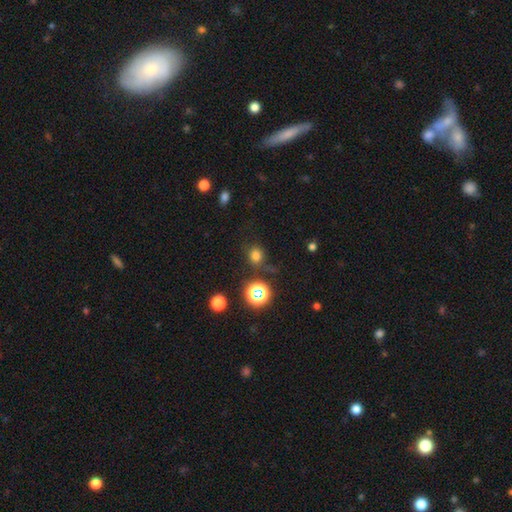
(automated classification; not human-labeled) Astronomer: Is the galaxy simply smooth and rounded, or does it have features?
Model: smooth — 73%.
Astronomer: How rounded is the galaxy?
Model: round — 79%.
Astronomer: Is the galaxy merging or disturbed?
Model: none — 75%.